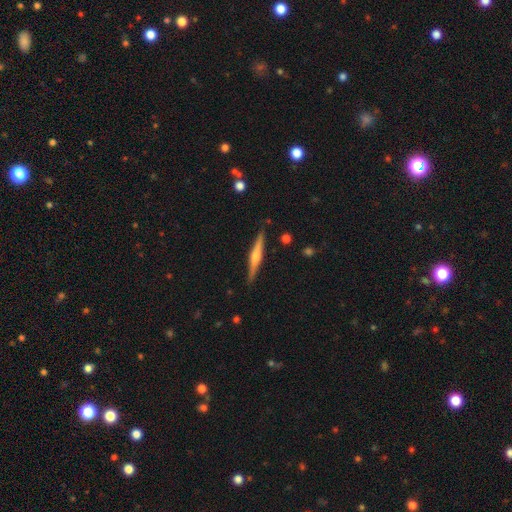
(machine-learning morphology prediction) The model was most divided on "smooth or featured": featured or disk: 65%, smooth: 29%, star or artifact: 6%. More confident: edge-on disk — yes (98%); merging — none (89%); edge-on bulge — rounded (80%).